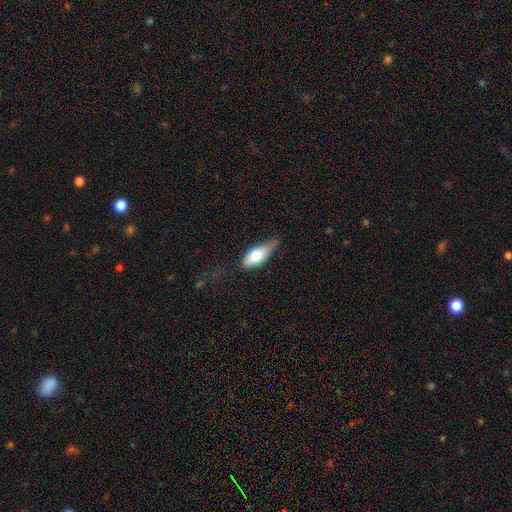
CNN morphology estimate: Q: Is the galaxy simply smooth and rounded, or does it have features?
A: smooth — 68%.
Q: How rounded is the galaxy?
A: in between — 78%.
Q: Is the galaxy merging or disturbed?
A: minor disturbance — 41%.